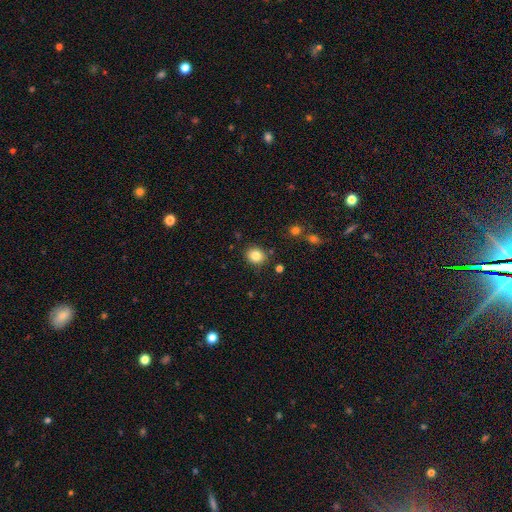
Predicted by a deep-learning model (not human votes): Overall: smooth (84%). How rounded: round (76%). Merging: none (86%).